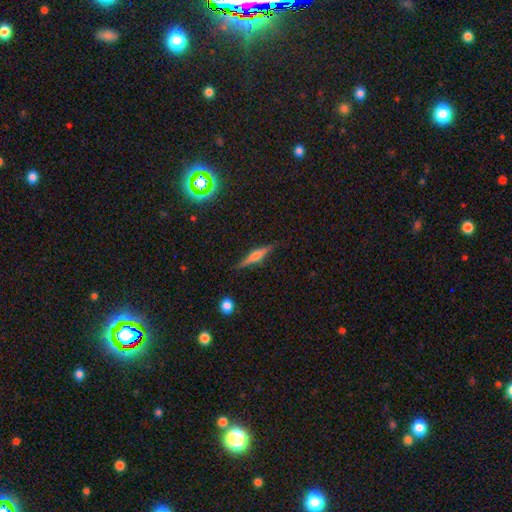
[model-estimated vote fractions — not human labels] Morphology: type=featured or disk (65%); edge-on=yes (97%); edge-on bulge=rounded (82%); merging=none (87%).